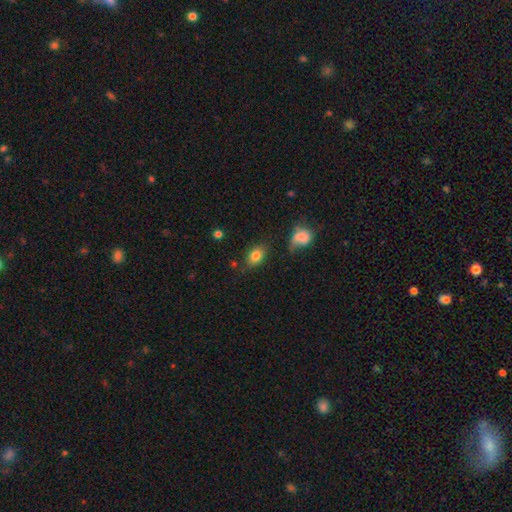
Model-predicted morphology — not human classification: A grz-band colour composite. It shows a smooth galaxy with no disk features (81%) that is in between round and cigar-shaped (78%). Merging: none (72%).